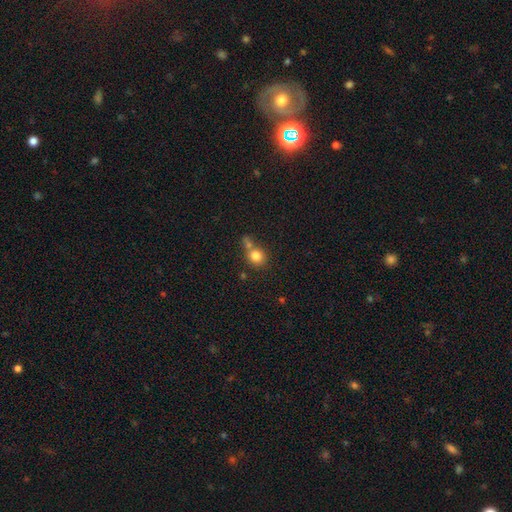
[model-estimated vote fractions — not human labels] A smooth galaxy with no disk features (80%) that is round (83%).

Vote fractions:
- Smooth or featured? smooth: 80% / star or artifact: 11% / featured or disk: 9%
- How rounded? round: 83% / in between: 16% / cigar-shaped: 1%
- Merging? none: 48% / merger: 37% / minor disturbance: 11% / major disturbance: 5%